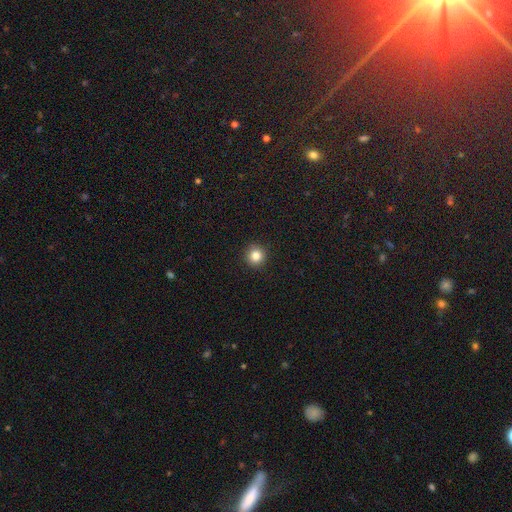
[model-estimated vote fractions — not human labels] Smooth or featured?
  - smooth: 84% *
  - star or artifact: 11%
  - featured or disk: 5%
How rounded?
  - round: 95% *
  - in between: 4%
  - cigar-shaped: 1%
Merging?
  - none: 93% *
  - minor disturbance: 4%
  - major disturbance: 2%
  - merger: 1%